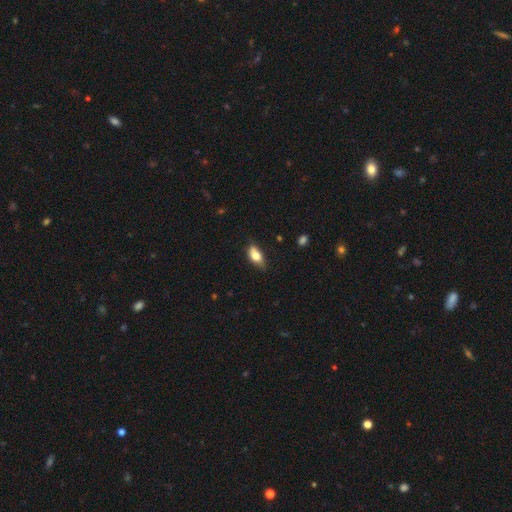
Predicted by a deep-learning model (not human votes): This is likely a smooth galaxy (72%). How rounded: clearly in between (85%). Merging: likely none (61%).